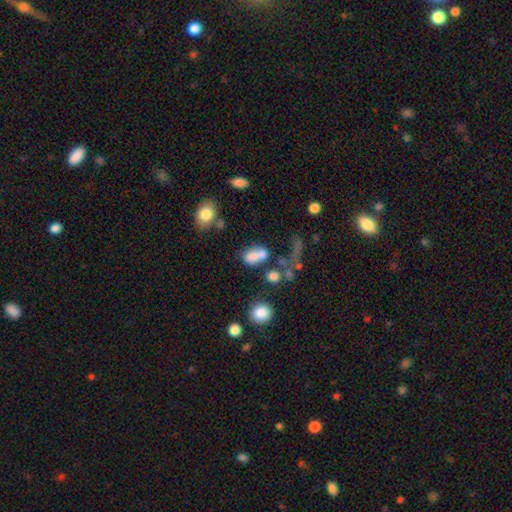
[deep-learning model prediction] Overall: smooth (72%). How rounded: in between (79%). Merging: merger (41%; none 32%).